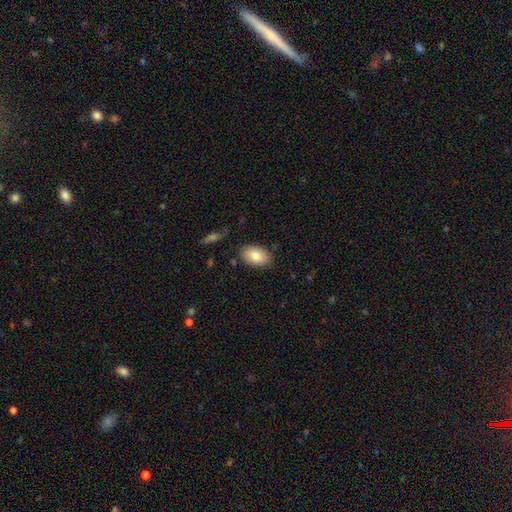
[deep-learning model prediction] Smooth or featured: smooth — 79% (featured or disk — 14%)
How rounded: in between — 89% (round — 9%)
Merging: none — 84% (minor disturbance — 12%)